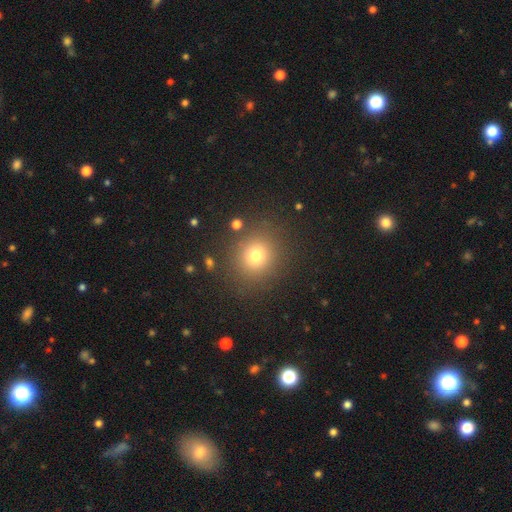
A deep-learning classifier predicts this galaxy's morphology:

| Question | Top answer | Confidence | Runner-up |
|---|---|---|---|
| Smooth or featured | smooth | 74% | star or artifact (17%) |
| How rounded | round | 86% | in between (13%) |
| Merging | none | 86% | minor disturbance (8%) |